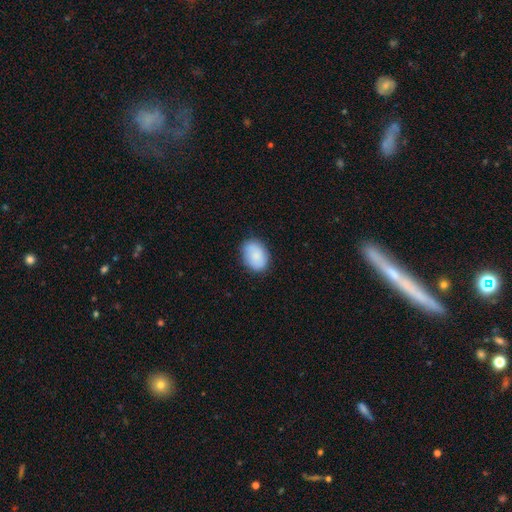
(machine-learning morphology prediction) A smooth galaxy with no disk features (79%) that is in between round and cigar-shaped (76%). Merging: none (81%).